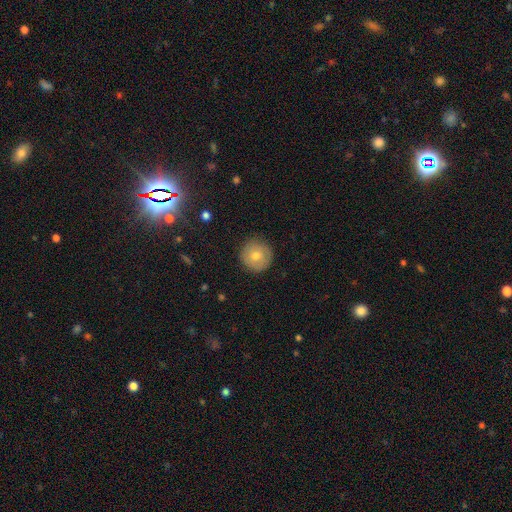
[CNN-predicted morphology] This appears to be a smooth galaxy with no disk features (69%) that is round (96%). Merging: none (90%).